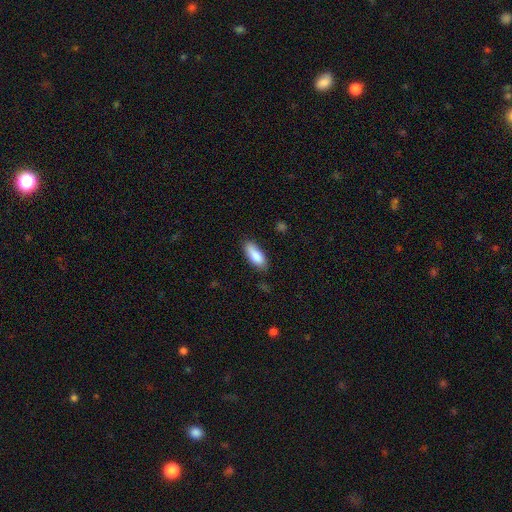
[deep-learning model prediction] The model was most divided on "merging": none: 75%, minor disturbance: 20%, major disturbance: 4%, merger: 2%. More confident: smooth or featured — smooth (86%); how rounded — in between (78%).